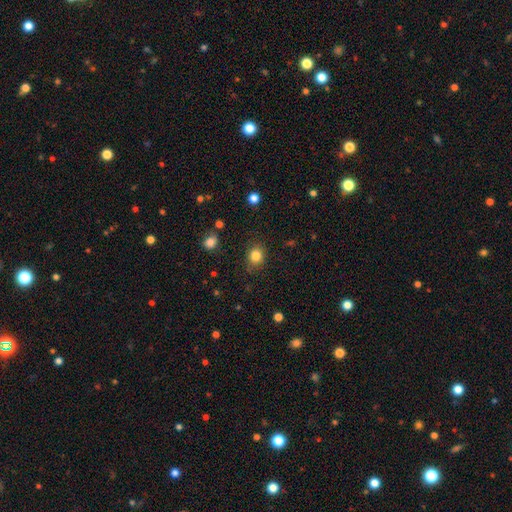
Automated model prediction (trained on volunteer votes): The model was most divided on "how rounded": round: 72%, in between: 27%, cigar-shaped: 1%. More confident: smooth or featured — smooth (83%); merging — none (83%).